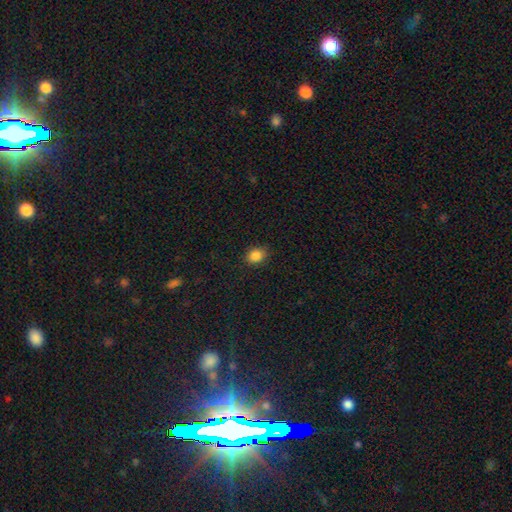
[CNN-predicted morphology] smooth_or_featured: smooth (p=0.86) [alt: star or artifact p=0.10]
how_rounded: round (p=0.50) [alt: in between p=0.49]
merging: none (p=0.87) [alt: minor disturbance p=0.09]